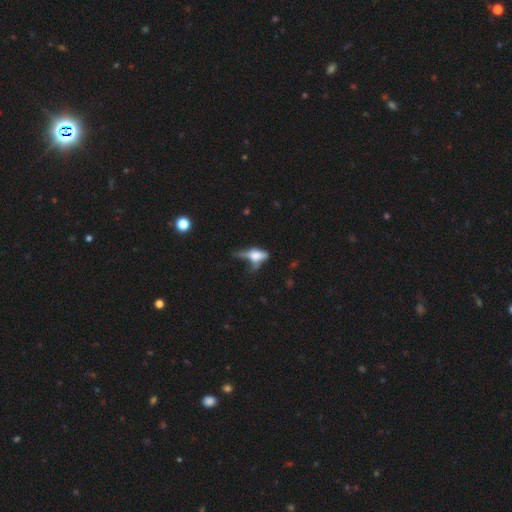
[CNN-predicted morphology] type=smooth (47%); merging=major disturbance (36%).